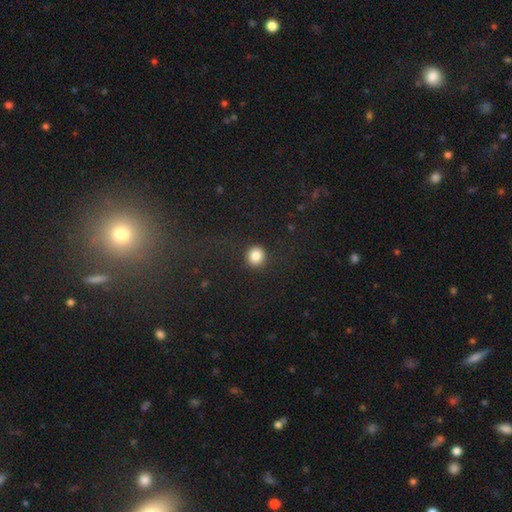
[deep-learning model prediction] This is clearly a smooth galaxy (86%). How rounded: clearly round (88%). Merging: clearly none (90%).